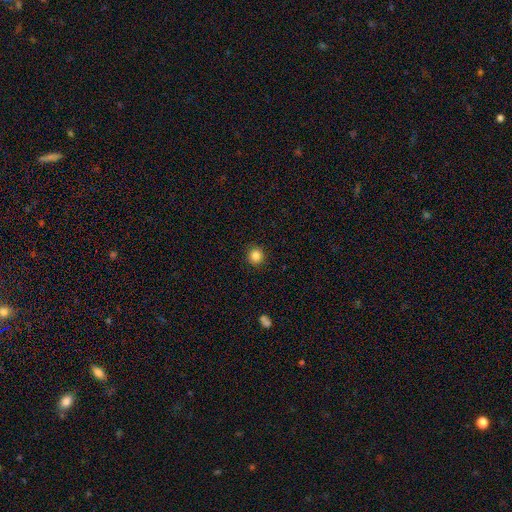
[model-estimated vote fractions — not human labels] The model was most divided on "smooth or featured": smooth: 85%, star or artifact: 11%, featured or disk: 4%. More confident: how rounded — round (94%); merging — none (92%).